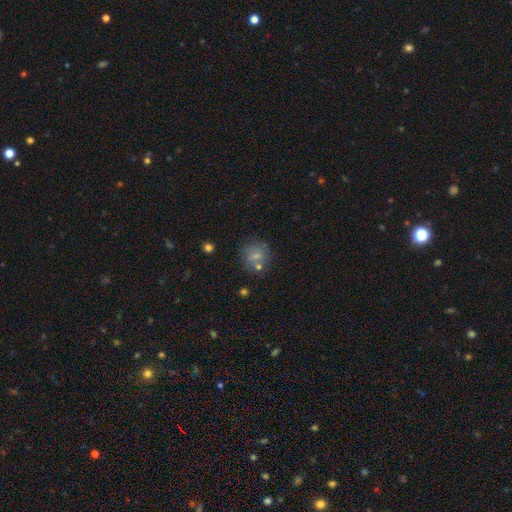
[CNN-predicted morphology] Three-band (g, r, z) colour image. It shows a smooth galaxy with no disk features (67%) that is round (78%). Merging: none (61%).